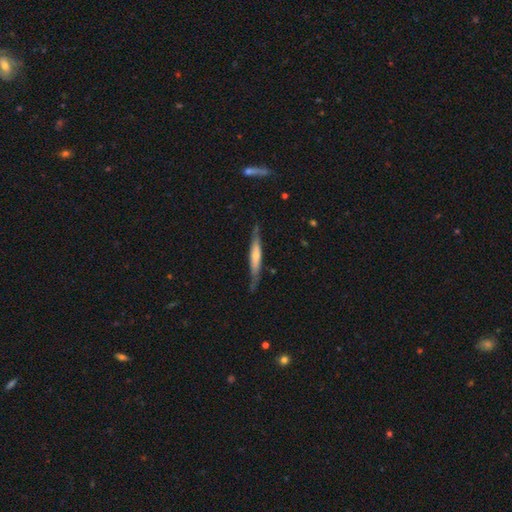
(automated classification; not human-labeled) Morphology: type=featured or disk (50%); edge-on=yes (87%); merging=none (76%).